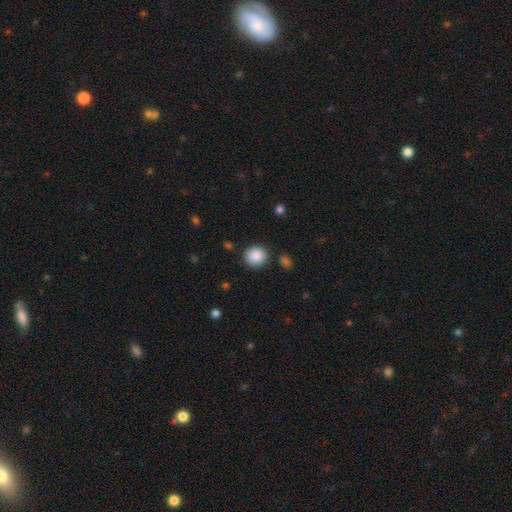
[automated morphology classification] Smooth or featured: smooth — 88% (star or artifact — 8%)
How rounded: round — 87% (in between — 12%)
Merging: none — 87% (minor disturbance — 8%)